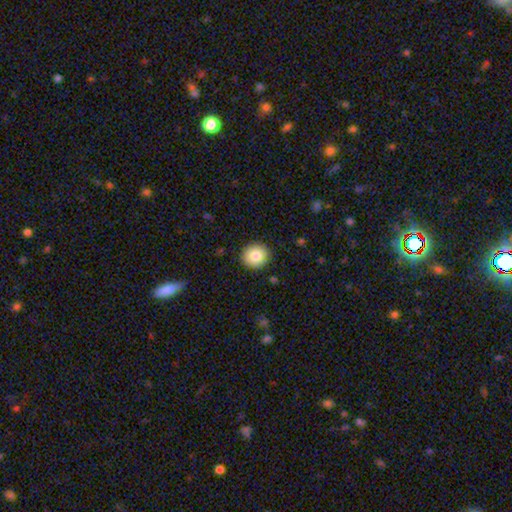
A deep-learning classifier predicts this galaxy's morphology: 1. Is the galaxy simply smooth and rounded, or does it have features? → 85% smooth, 8% star or artifact, 7% featured or disk.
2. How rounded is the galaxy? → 84% round, 15% in between, 1% cigar-shaped.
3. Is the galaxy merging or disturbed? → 91% none, 6% minor disturbance, 2% major disturbance, 1% merger.